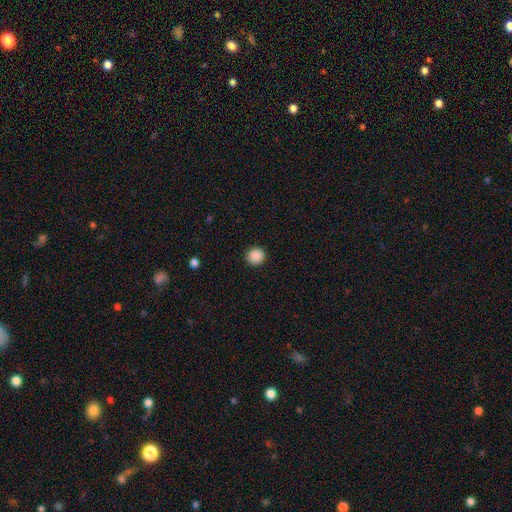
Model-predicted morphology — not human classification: A smooth galaxy with no disk features (88%) that is round (94%). Merging: none (92%).